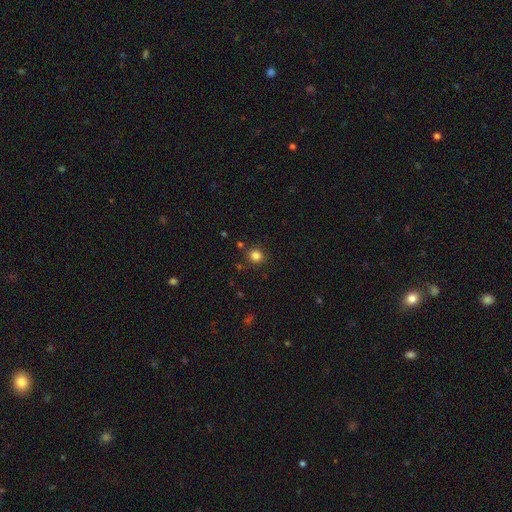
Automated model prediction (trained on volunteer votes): Smooth or featured?
  - smooth: 82% *
  - star or artifact: 13%
  - featured or disk: 4%
How rounded?
  - round: 88% *
  - in between: 11%
  - cigar-shaped: 1%
Merging?
  - none: 87% *
  - minor disturbance: 7%
  - merger: 3%
  - major disturbance: 3%